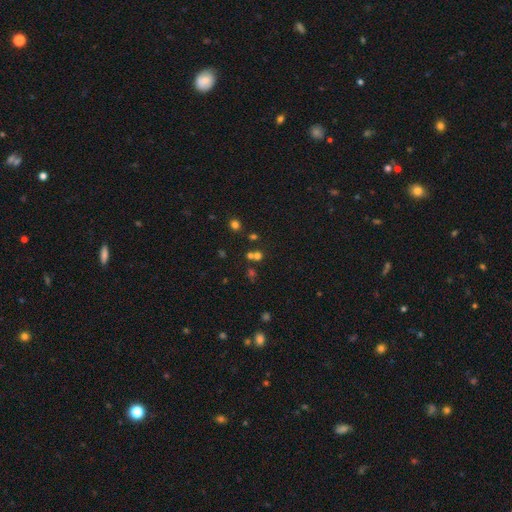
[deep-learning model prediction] Overall: smooth (52%; star or artifact 36%). How rounded: round (83%). Merging: none (55%; merger 33%).